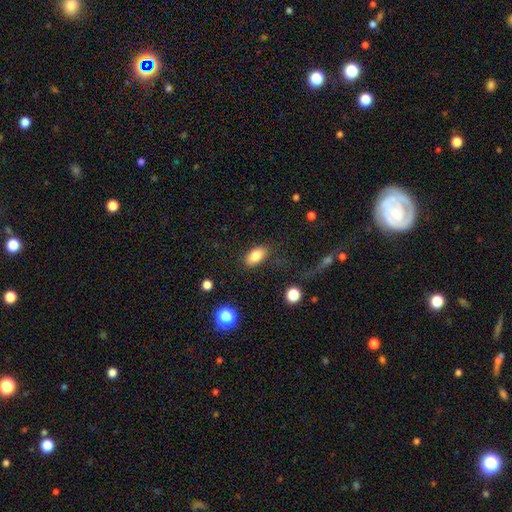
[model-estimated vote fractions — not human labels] Morphology: type=smooth (83%); roundness=in between (90%); merging=none (82%).